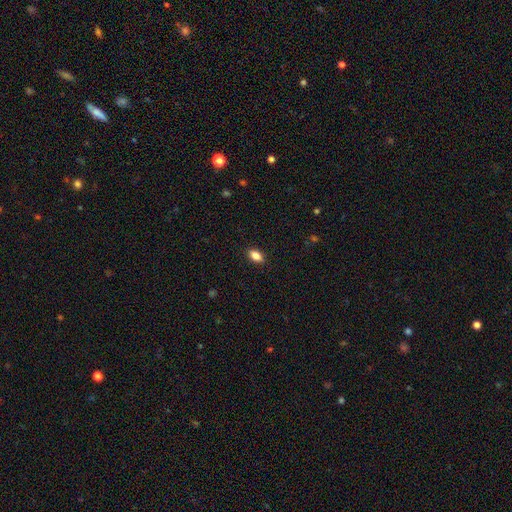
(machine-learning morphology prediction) This is clearly a smooth galaxy (86%). How rounded: clearly in between (88%). Merging: clearly none (89%).